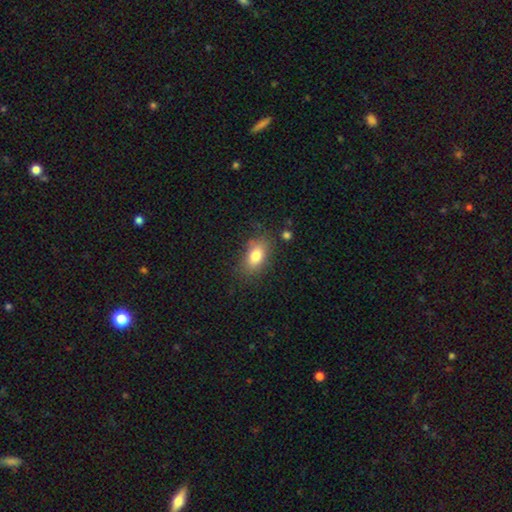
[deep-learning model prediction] smooth_or_featured: smooth (p=0.80) [alt: featured or disk p=0.11]
how_rounded: in between (p=0.87) [alt: round p=0.09]
merging: none (p=0.78) [alt: minor disturbance p=0.15]